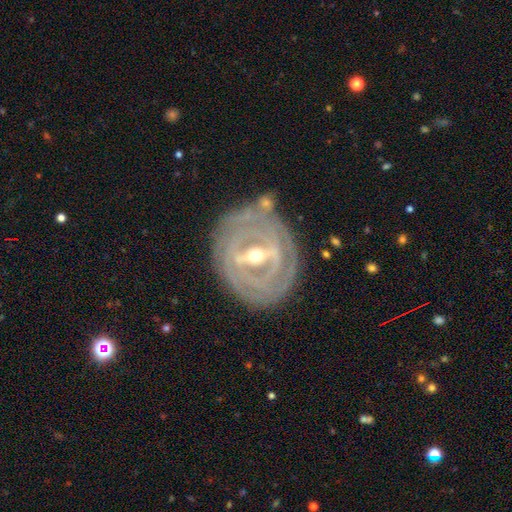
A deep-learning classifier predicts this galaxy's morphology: Overall: featured or disk (86%). Edge-on disk: no (92%). Bar: strong (62%; weak 30%). Spiral arms: yes (86%). Spiral arm count: can't tell (46%; 2 18%). Spiral winding: tight (84%). Bulge size: moderate (57%; small 38%). Merging: none (77%).